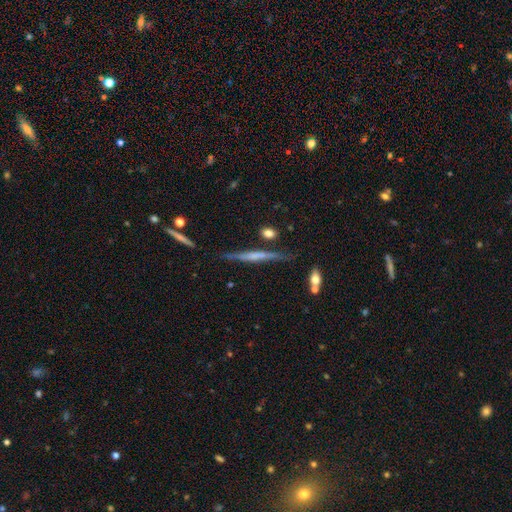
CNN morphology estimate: A featured or disk galaxy (59%) viewed edge-on (95%) with no central bulge (56%).

Vote fractions:
- Smooth or featured? featured or disk: 59% / smooth: 34% / star or artifact: 7%
- Edge-on disk? yes: 95% / no: 5%
- Edge-on bulge? none: 56% / rounded: 23% / boxy: 21%
- Merging? none: 79% / minor disturbance: 14% / merger: 4% / major disturbance: 3%